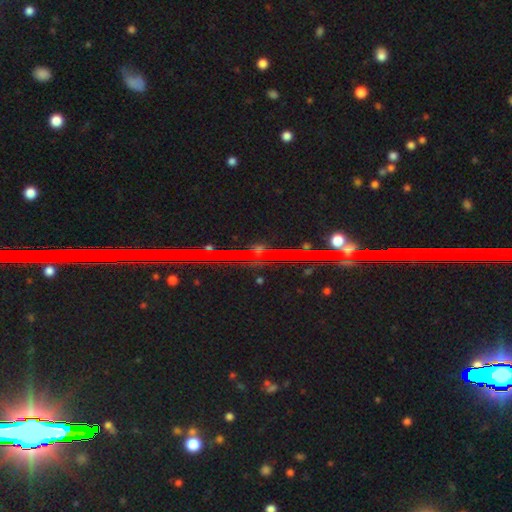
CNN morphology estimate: Smooth or featured?
  - star or artifact: 83% *
  - featured or disk: 10%
  - smooth: 7%